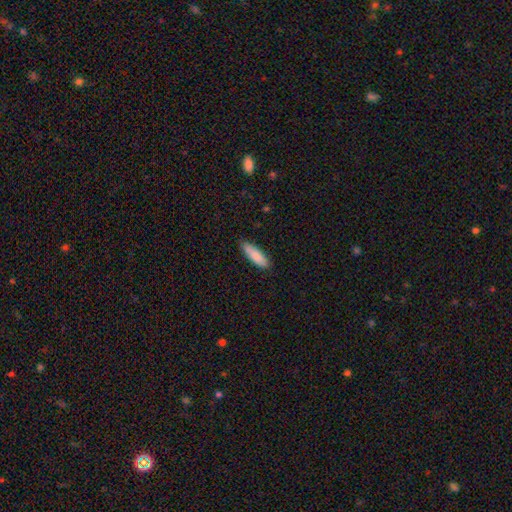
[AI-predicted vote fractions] smooth_or_featured: smooth (p=0.87) [alt: featured or disk p=0.07]
how_rounded: cigar-shaped (p=0.56) [alt: in between p=0.43]
merging: none (p=0.83) [alt: minor disturbance p=0.14]